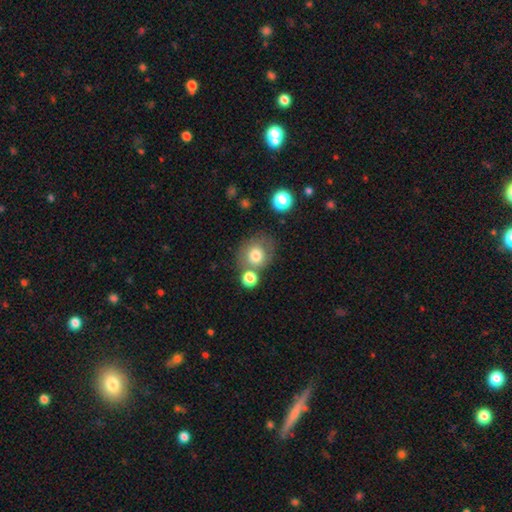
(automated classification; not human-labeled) Q: Smooth or featured?
A: smooth (74%); runner-up: featured or disk (15%)
Q: How rounded?
A: round (77%); runner-up: in between (22%)
Q: Merging?
A: none (60%); runner-up: merger (19%)